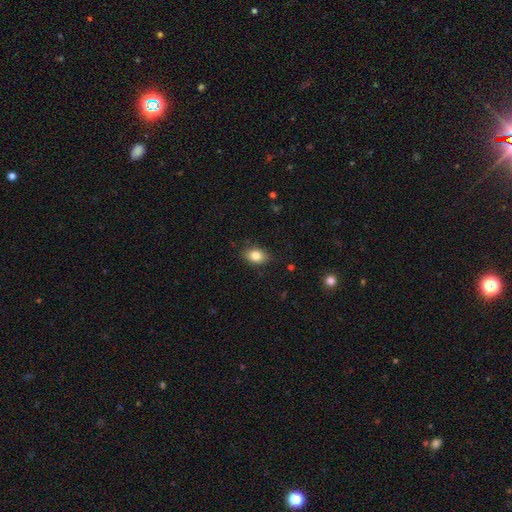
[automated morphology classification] This appears to be a smooth galaxy with no disk features (83%) that is in between round and cigar-shaped (79%). Merging: none (86%).